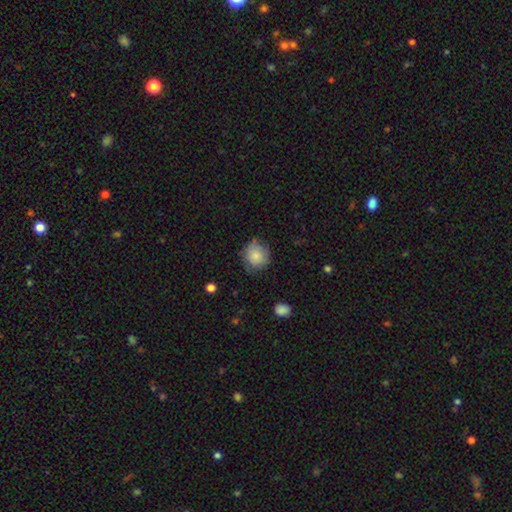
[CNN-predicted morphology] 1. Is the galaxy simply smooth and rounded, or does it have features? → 81% smooth, 10% featured or disk, 8% star or artifact.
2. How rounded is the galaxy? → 84% round, 15% in between, 1% cigar-shaped.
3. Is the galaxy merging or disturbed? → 69% none, 24% minor disturbance, 5% major disturbance, 2% merger.